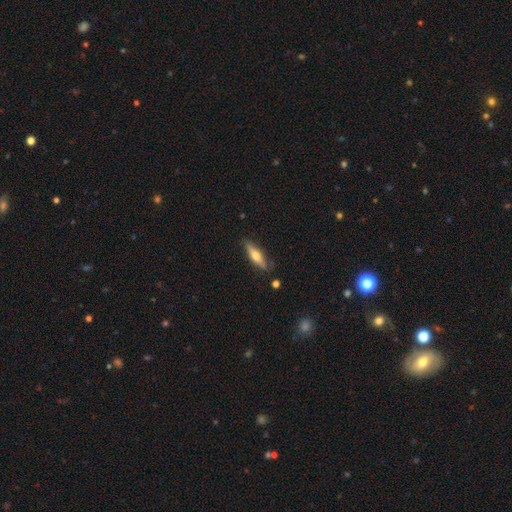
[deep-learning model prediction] Smooth or featured? smooth (50%)
Merging? none (81%)